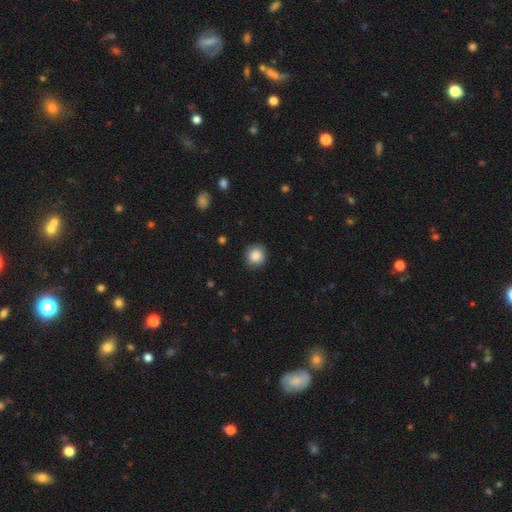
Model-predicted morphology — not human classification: Q: Smooth or featured?
A: smooth (87%); runner-up: star or artifact (9%)
Q: How rounded?
A: round (88%); runner-up: in between (11%)
Q: Merging?
A: none (89%); runner-up: minor disturbance (8%)